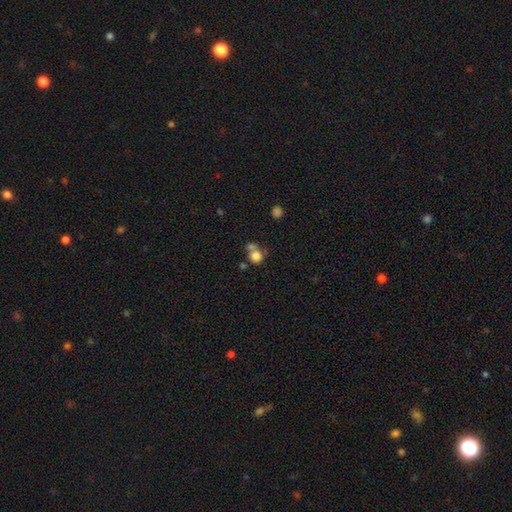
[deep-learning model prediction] Smooth or featured?
  - smooth: 80% *
  - star or artifact: 11%
  - featured or disk: 9%
How rounded?
  - round: 84% *
  - in between: 15%
  - cigar-shaped: 1%
Merging?
  - none: 44% *
  - merger: 41%
  - minor disturbance: 10%
  - major disturbance: 5%